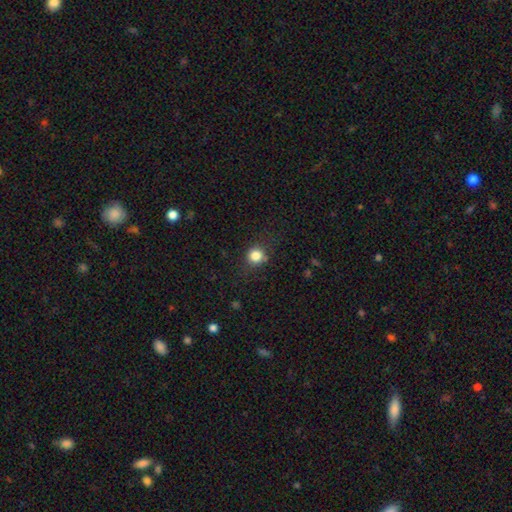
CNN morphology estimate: smooth 82%, star or artifact 12%, featured or disk 6%. Down the decision tree: how rounded — round (86%); merging — none (81%).